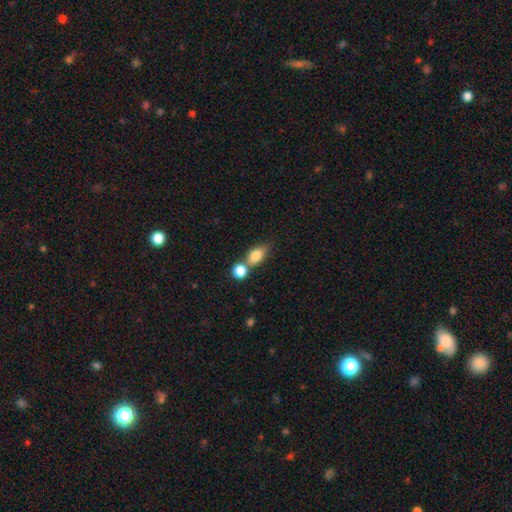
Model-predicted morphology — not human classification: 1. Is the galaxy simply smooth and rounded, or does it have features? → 81% smooth, 11% featured or disk, 9% star or artifact.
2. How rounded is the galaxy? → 75% in between, 21% round, 4% cigar-shaped.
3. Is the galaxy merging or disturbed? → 43% none, 41% merger, 11% minor disturbance, 4% major disturbance.